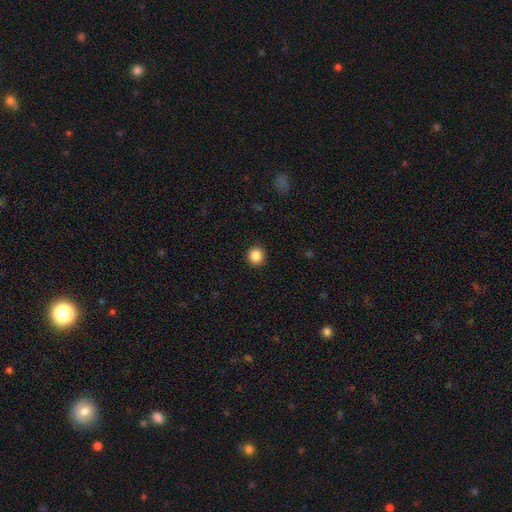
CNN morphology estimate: smooth_or_featured: smooth (p=0.86) [alt: star or artifact p=0.10]
how_rounded: round (p=0.91) [alt: in between p=0.08]
merging: none (p=0.92) [alt: minor disturbance p=0.05]